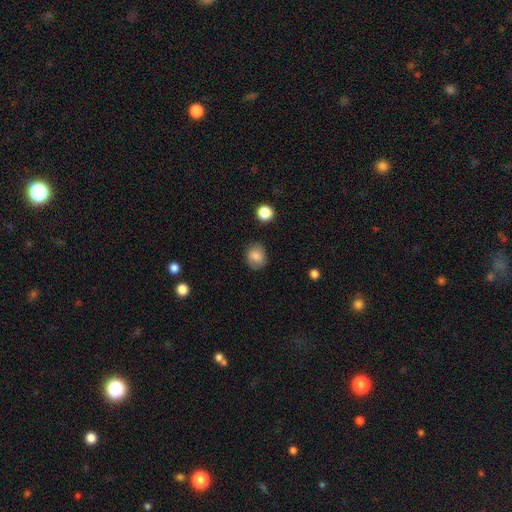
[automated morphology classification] Smooth or featured?
  - smooth: 79% *
  - featured or disk: 13%
  - star or artifact: 9%
How rounded?
  - round: 67% *
  - in between: 32%
  - cigar-shaped: 1%
Merging?
  - none: 81% *
  - minor disturbance: 14%
  - major disturbance: 4%
  - merger: 2%